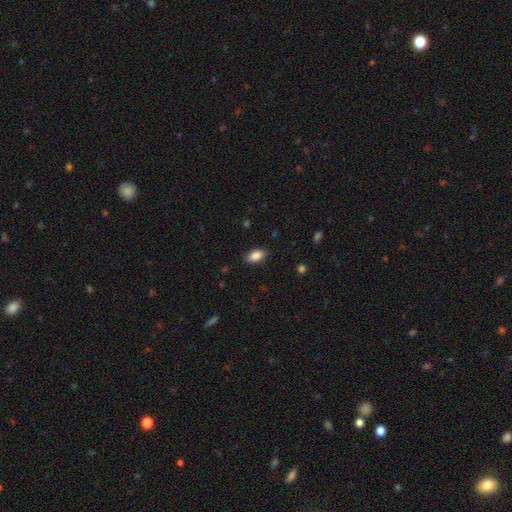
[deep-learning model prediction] smooth_or_featured: smooth (p=0.86) [alt: star or artifact p=0.08]
how_rounded: in between (p=0.91) [alt: round p=0.04]
merging: none (p=0.86) [alt: minor disturbance p=0.11]